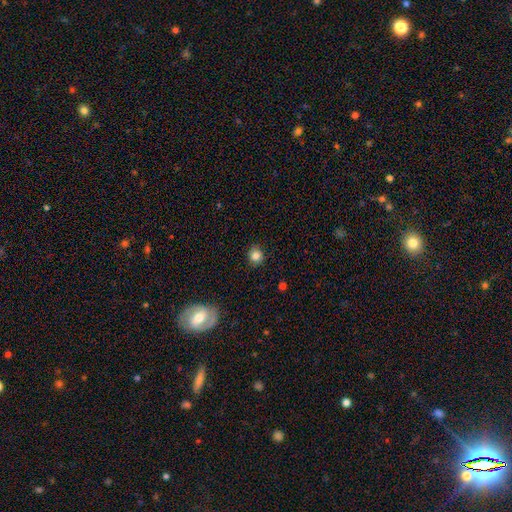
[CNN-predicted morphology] Smooth or featured?
  - smooth: 82% *
  - star or artifact: 12%
  - featured or disk: 6%
How rounded?
  - round: 85% *
  - in between: 14%
  - cigar-shaped: 1%
Merging?
  - none: 85% *
  - minor disturbance: 11%
  - major disturbance: 3%
  - merger: 1%